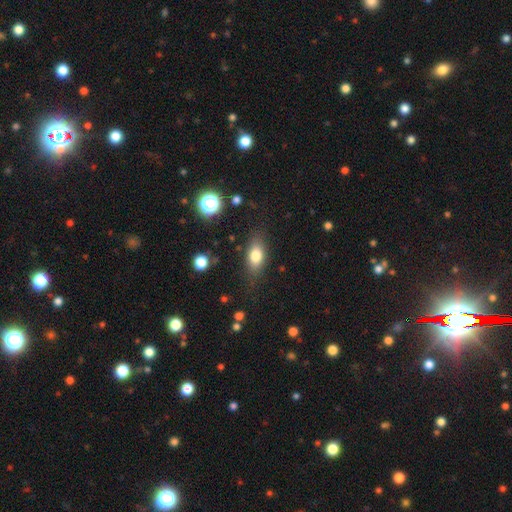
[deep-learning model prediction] The model was most divided on "smooth or featured": smooth: 77%, featured or disk: 14%, star or artifact: 9%. More confident: how rounded — in between (82%); merging — none (80%).